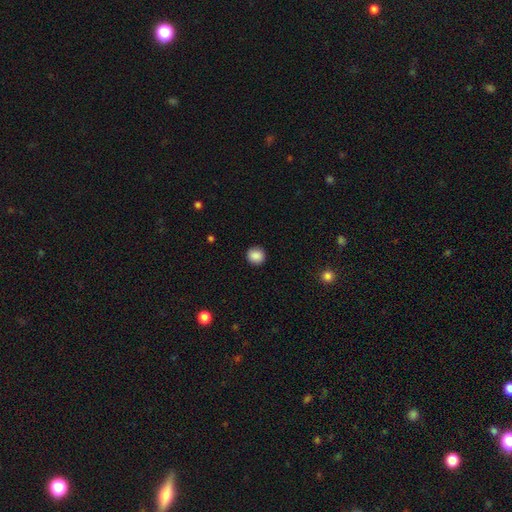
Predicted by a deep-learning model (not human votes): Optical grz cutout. It shows a smooth galaxy with no disk features (88%) that is round (90%). Merging: none (91%).